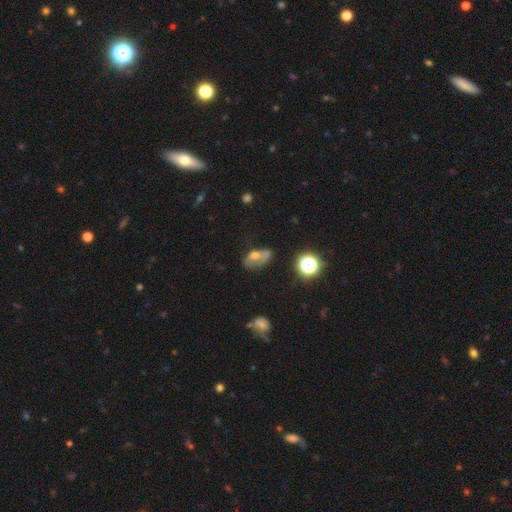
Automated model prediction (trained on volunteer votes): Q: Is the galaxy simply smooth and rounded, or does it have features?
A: smooth — 48%.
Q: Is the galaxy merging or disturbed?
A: none — 39%.